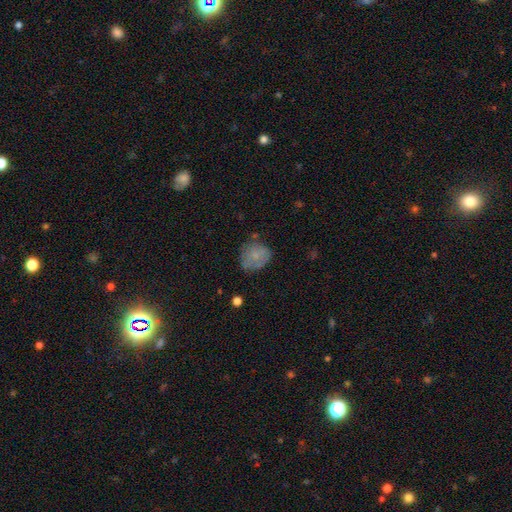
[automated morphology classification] Smooth or featured? Predicted: smooth (p=0.66). How rounded? Predicted: round (p=0.64). Merging? Predicted: none (p=0.57).